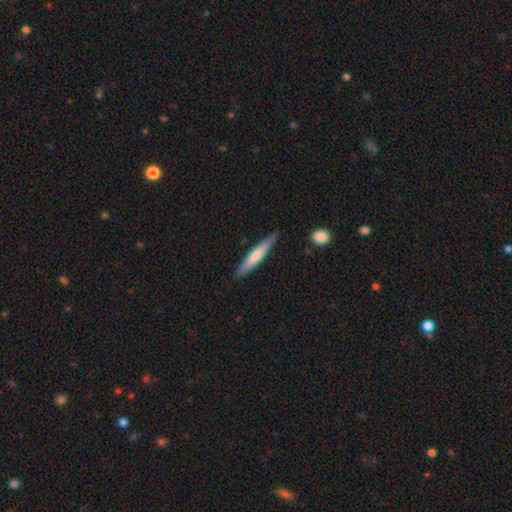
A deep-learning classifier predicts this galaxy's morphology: This appears to be a smooth galaxy with no disk features (63%) that is cigar-shaped (91%). Merging: none (88%).